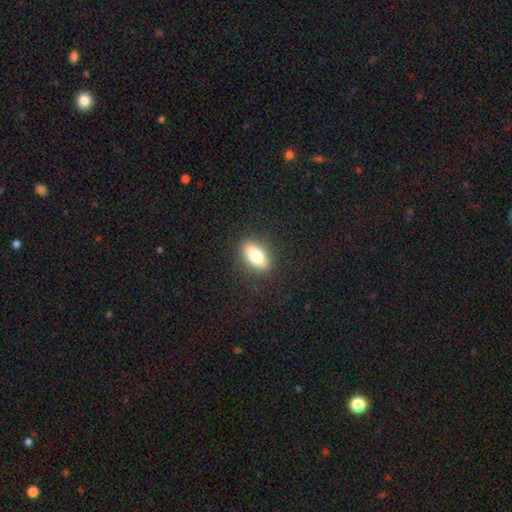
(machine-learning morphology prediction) type=smooth (73%); roundness=in between (81%); merging=none (88%).